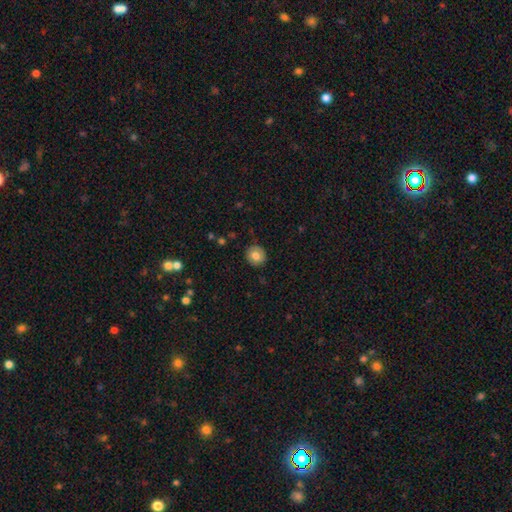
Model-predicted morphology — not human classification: Smooth or featured: smooth — 78% (featured or disk — 13%)
How rounded: round — 89% (in between — 10%)
Merging: none — 88% (minor disturbance — 9%)